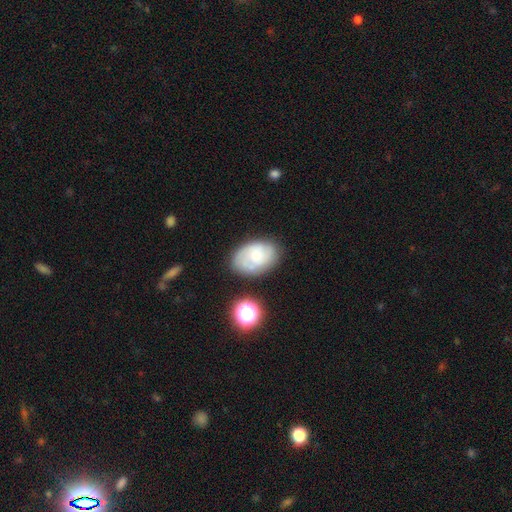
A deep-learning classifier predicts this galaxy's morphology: This is possibly a smooth galaxy (53%). How rounded: clearly in between (83%). Merging: likely none (69%).